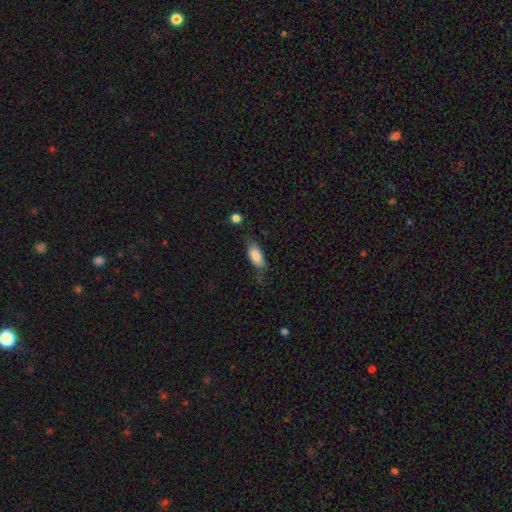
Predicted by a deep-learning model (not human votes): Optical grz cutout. It shows a smooth galaxy with no disk features (80%) that is in between round and cigar-shaped (80%). Merging: none (49%).